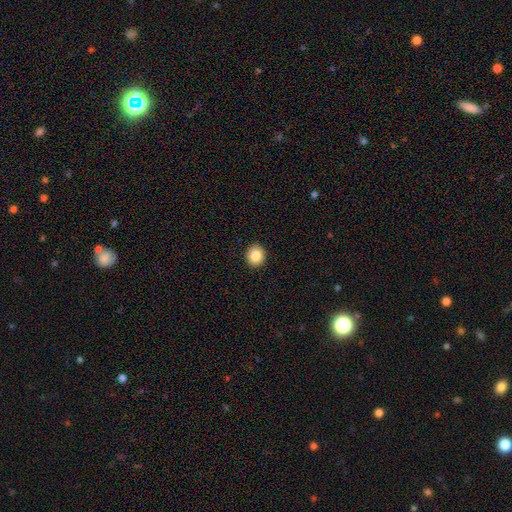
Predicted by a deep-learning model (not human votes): A smooth galaxy with no disk features (86%) that is round (86%).

Vote fractions:
- Smooth or featured? smooth: 86% / star or artifact: 9% / featured or disk: 5%
- How rounded? round: 86% / in between: 13% / cigar-shaped: 1%
- Merging? none: 93% / minor disturbance: 5% / major disturbance: 1% / merger: 1%